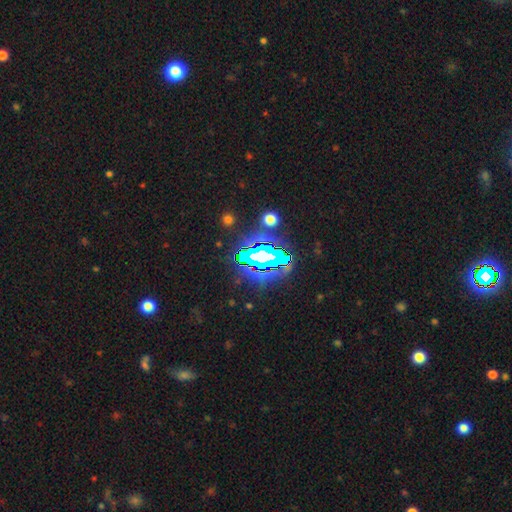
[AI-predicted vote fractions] Overall: star or artifact (76%).